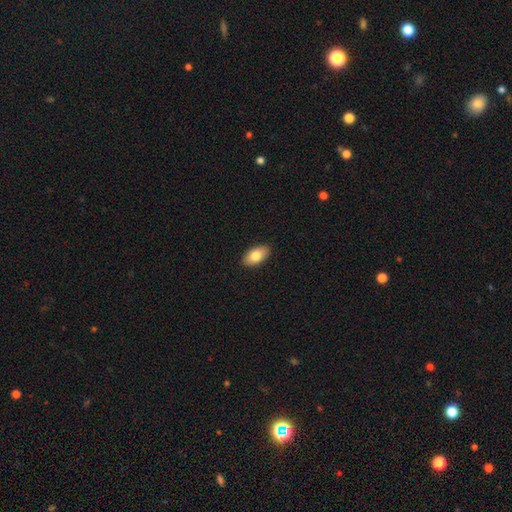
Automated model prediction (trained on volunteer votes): Morphology: type=smooth (81%); roundness=in between (94%); merging=none (90%).